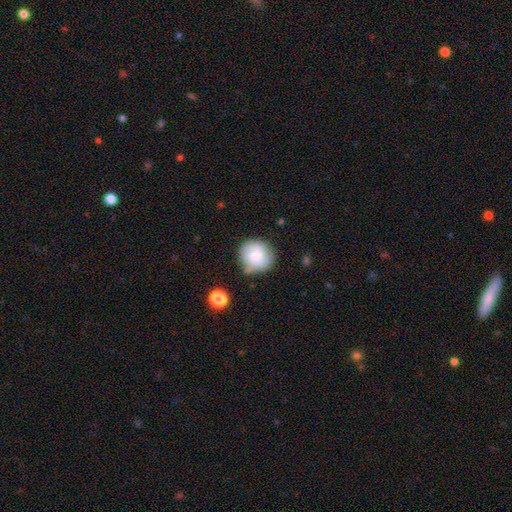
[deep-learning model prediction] The model was most divided on "smooth or featured": smooth: 59%, featured or disk: 33%, star or artifact: 8%. More confident: how rounded — round (87%); merging — none (65%).